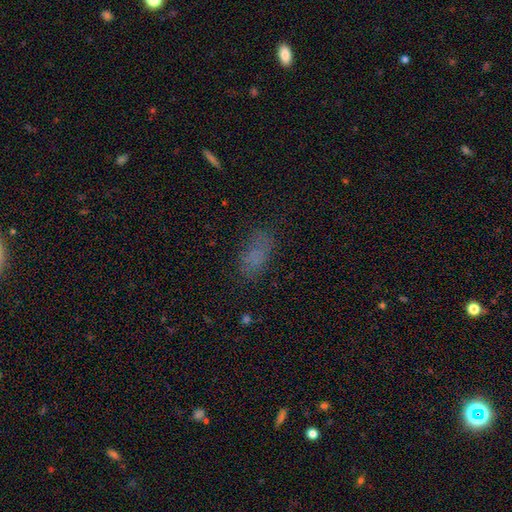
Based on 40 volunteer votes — Smooth or featured?
  - smooth: 75% *
  - featured or disk: 12%
  - star or artifact: 12%
How rounded?
  - in between: 90% *
  - cigar-shaped: 10%
  - round: 0%
Merging?
  - none: 63% *
  - minor disturbance: 20%
  - major disturbance: 17%
  - merger: 0%